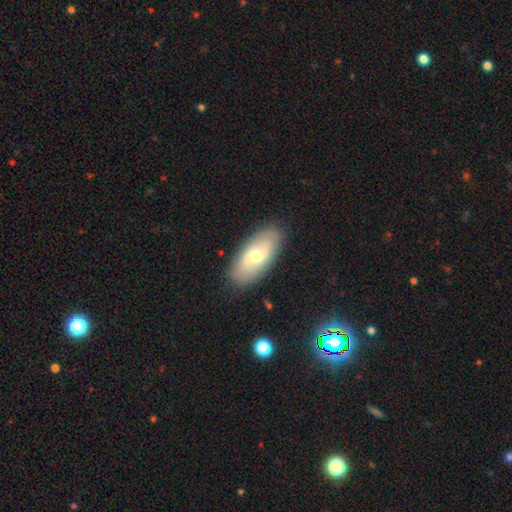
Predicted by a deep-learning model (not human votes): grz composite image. It shows a featured or disk galaxy (55%). Merging: none (86%).